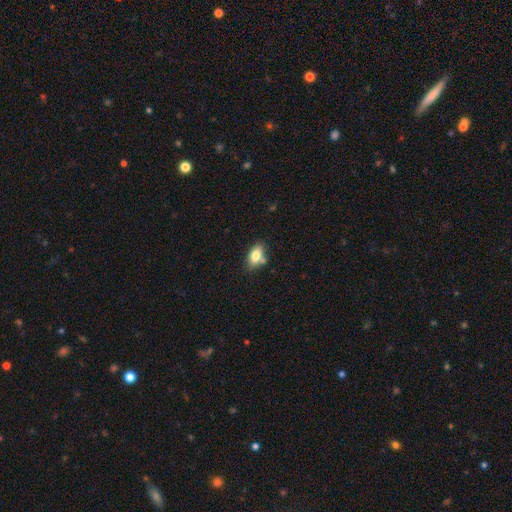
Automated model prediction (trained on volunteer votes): smooth_or_featured: smooth (p=0.80) [alt: featured or disk p=0.12]
how_rounded: in between (p=0.88) [alt: round p=0.08]
merging: none (p=0.68) [alt: minor disturbance p=0.15]